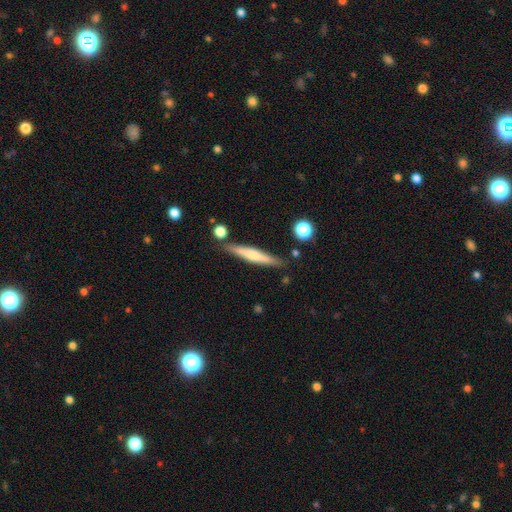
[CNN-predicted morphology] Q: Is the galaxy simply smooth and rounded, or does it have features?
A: featured or disk — 49%.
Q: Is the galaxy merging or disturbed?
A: none — 83%.